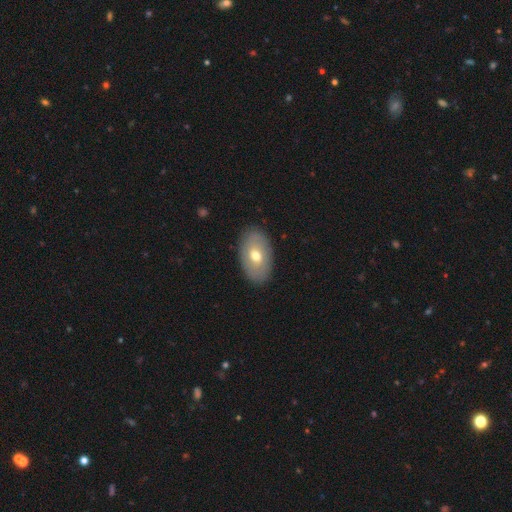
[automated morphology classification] Smooth or featured? smooth (60%)
How rounded? in between (91%)
Merging? none (87%)